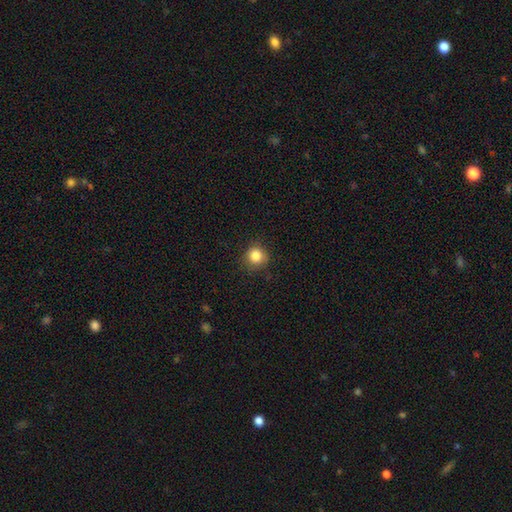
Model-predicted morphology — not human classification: This appears to be a smooth galaxy with no disk features (84%) that is round (90%). Merging: none (83%).